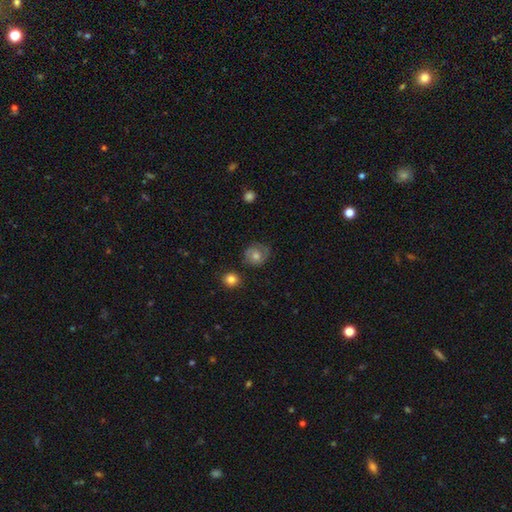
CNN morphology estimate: Smooth or featured?
  - smooth: 53% *
  - featured or disk: 37%
  - star or artifact: 11%
How rounded?
  - round: 79% *
  - in between: 20%
  - cigar-shaped: 1%
Merging?
  - none: 72% *
  - minor disturbance: 19%
  - major disturbance: 7%
  - merger: 3%